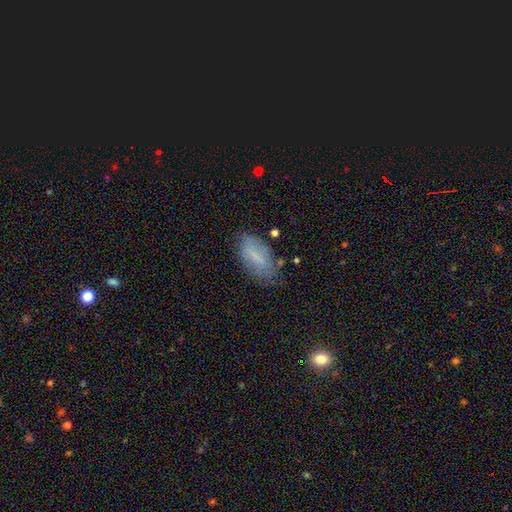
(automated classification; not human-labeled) A smooth galaxy with no disk features (62%) that is in between round and cigar-shaped (86%).

Vote fractions:
- Smooth or featured? smooth: 62% / featured or disk: 28% / star or artifact: 9%
- How rounded? in between: 86% / cigar-shaped: 11% / round: 3%
- Merging? none: 61% / minor disturbance: 27% / major disturbance: 9% / merger: 3%